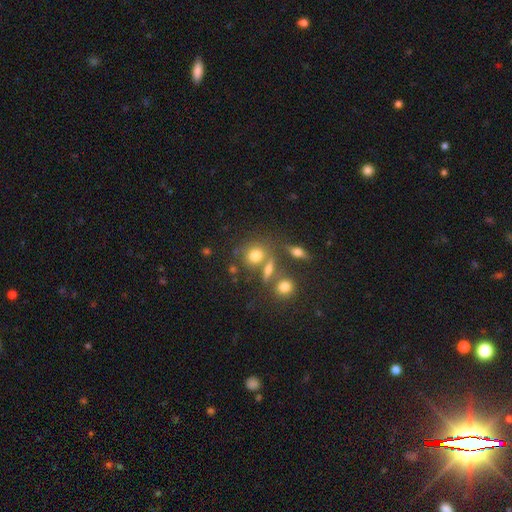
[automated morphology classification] Smooth or featured: smooth — 72% (star or artifact — 15%)
How rounded: round — 68% (in between — 29%)
Merging: none — 57% (merger — 26%)